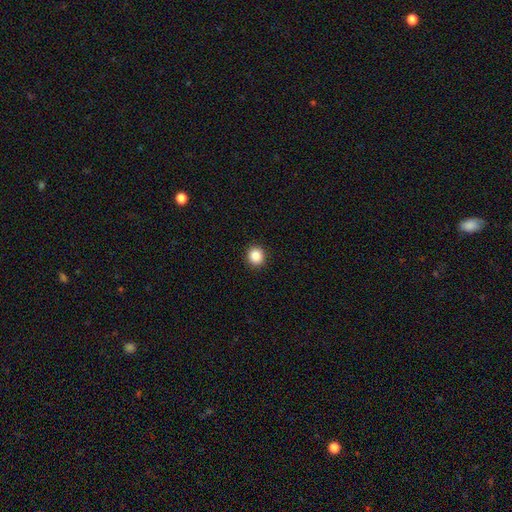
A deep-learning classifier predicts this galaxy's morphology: A smooth galaxy with no disk features (87%) that is round (89%). Merging: none (92%).